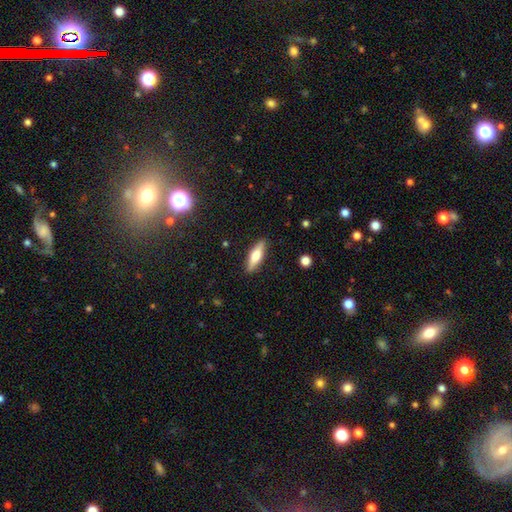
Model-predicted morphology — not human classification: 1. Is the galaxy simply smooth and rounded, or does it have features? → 61% smooth, 33% featured or disk, 6% star or artifact.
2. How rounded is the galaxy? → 58% cigar-shaped, 40% in between, 2% round.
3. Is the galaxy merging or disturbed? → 88% none, 9% minor disturbance, 2% major disturbance, 1% merger.